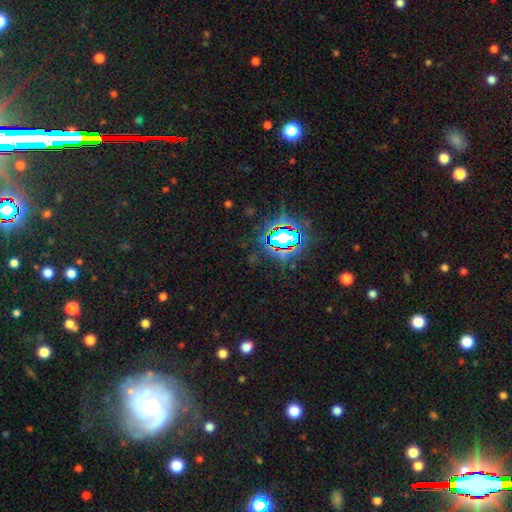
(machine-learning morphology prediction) This appears to be a star or artifact, not a galaxy (79%).